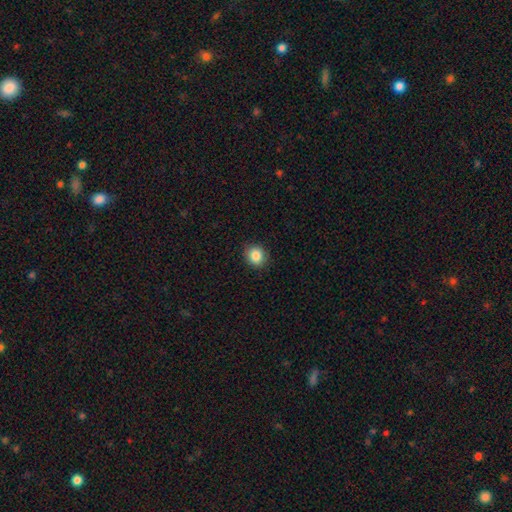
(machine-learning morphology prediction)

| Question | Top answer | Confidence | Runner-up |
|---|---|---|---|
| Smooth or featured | smooth | 86% | star or artifact (10%) |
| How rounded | round | 74% | in between (25%) |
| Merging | none | 89% | minor disturbance (8%) |